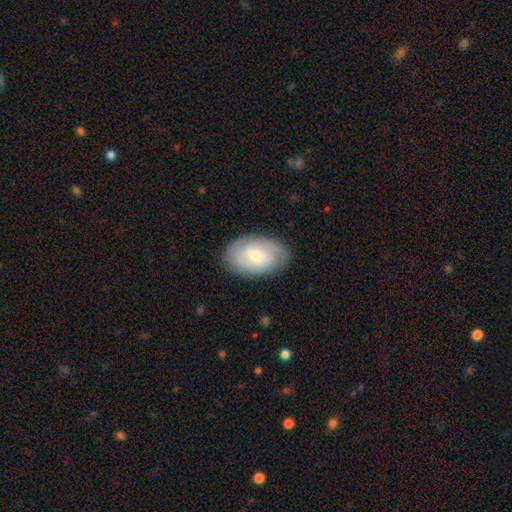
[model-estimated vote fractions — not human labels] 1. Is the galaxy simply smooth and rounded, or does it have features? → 47% featured or disk (tied), 47% smooth (tied), 6% star or artifact.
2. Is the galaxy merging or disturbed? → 84% none, 11% minor disturbance, 3% major disturbance, 1% merger.